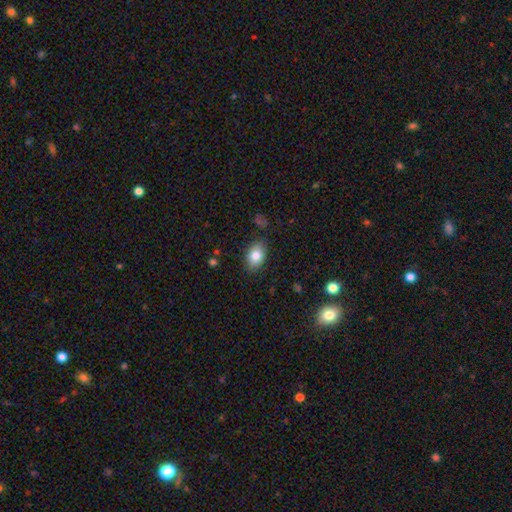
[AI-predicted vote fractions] The model was most divided on "smooth or featured": smooth: 82%, featured or disk: 10%, star or artifact: 8%. More confident: how rounded — in between (86%); merging — none (84%).